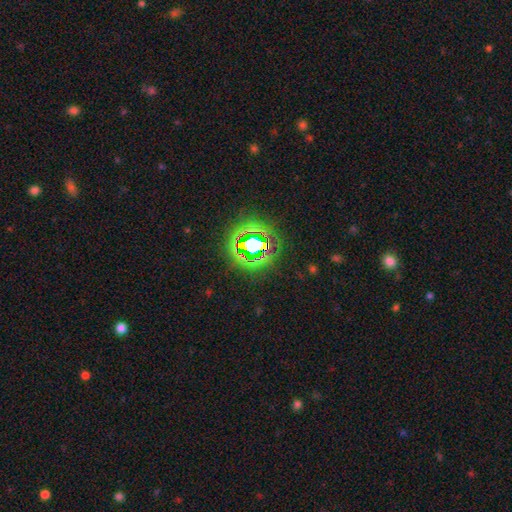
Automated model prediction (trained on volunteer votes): Morphology: type=star or artifact (73%).